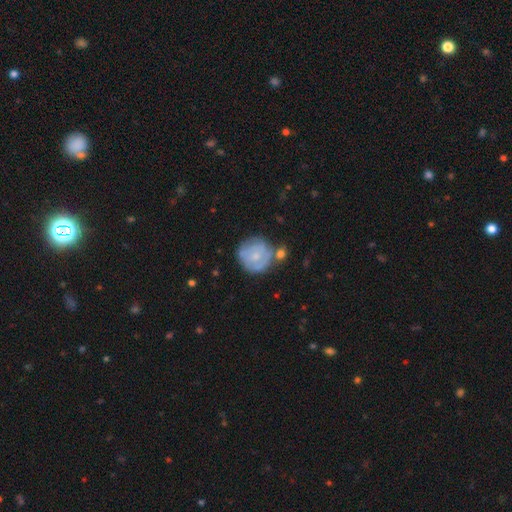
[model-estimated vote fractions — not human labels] Smooth or featured? Predicted: smooth (p=0.52). How rounded? Predicted: round (p=0.91). Merging? Predicted: none (p=0.56).